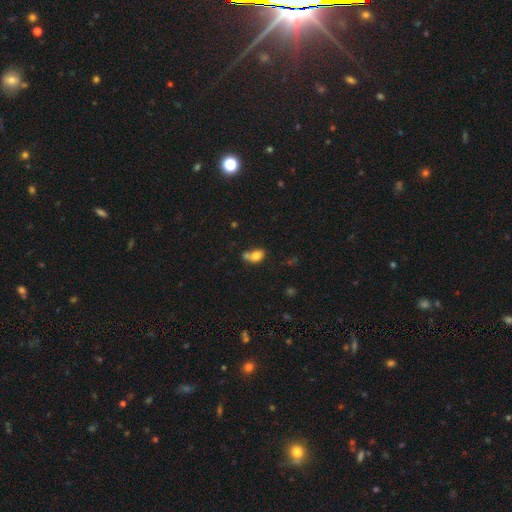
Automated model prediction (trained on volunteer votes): Smooth or featured? Predicted: smooth (p=0.78). How rounded? Predicted: in between (p=0.69). Merging? Predicted: merger (p=0.45).